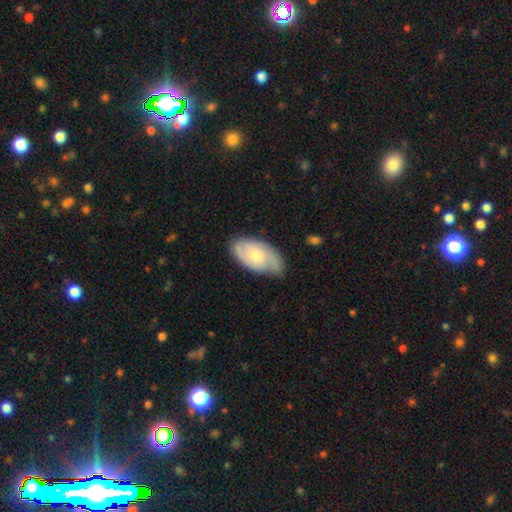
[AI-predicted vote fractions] Smooth or featured? Predicted: featured or disk (p=0.60). Edge-on disk? Predicted: no (p=0.94). Bar? Predicted: no (p=0.70). Spiral arms? Predicted: yes (p=0.87). Bulge size? Predicted: small (p=0.54). Merging? Predicted: none (p=0.72).